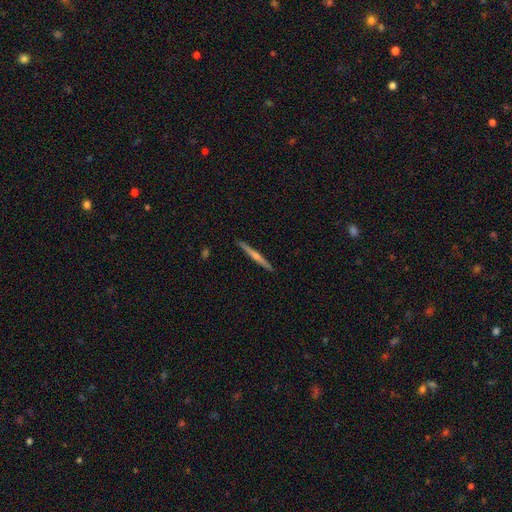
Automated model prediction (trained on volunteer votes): Smooth or featured? Predicted: featured or disk (p=0.63). Edge-on disk? Predicted: yes (p=0.98). Edge-on bulge? Predicted: rounded (p=0.62). Merging? Predicted: none (p=0.92).